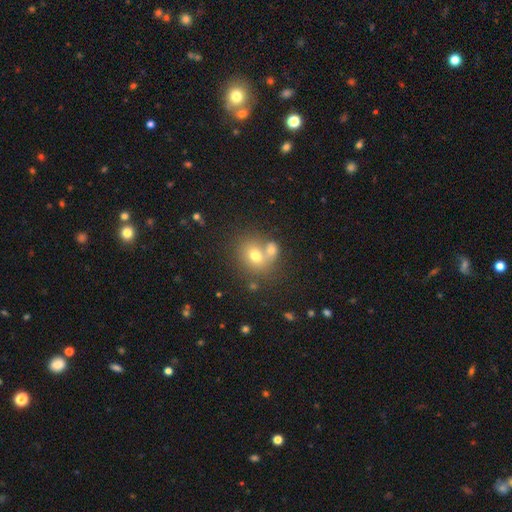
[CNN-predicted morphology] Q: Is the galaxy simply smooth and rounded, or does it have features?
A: smooth — 69%.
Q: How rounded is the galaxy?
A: round — 59%.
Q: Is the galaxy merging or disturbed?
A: merger — 48%.